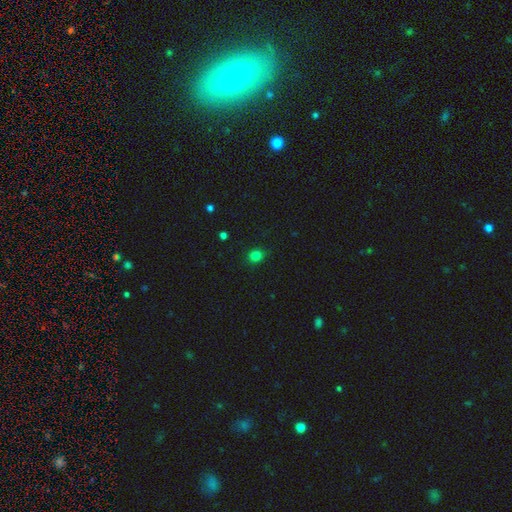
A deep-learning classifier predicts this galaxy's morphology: Smooth or featured? smooth (81%)
How rounded? round (75%)
Merging? none (87%)